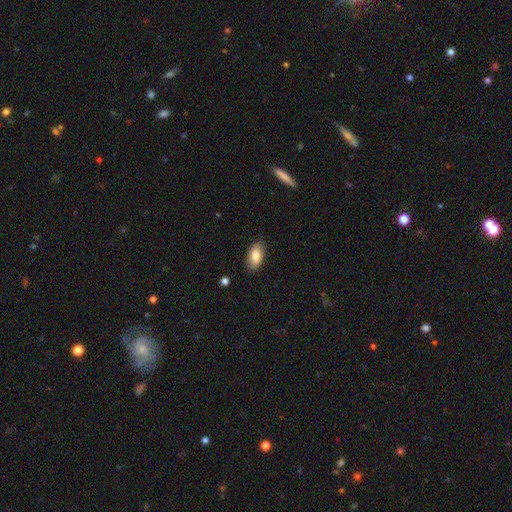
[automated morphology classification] smooth_or_featured: smooth (p=0.82) [alt: featured or disk p=0.11]
how_rounded: in between (p=0.92) [alt: cigar-shaped p=0.05]
merging: none (p=0.86) [alt: minor disturbance p=0.11]